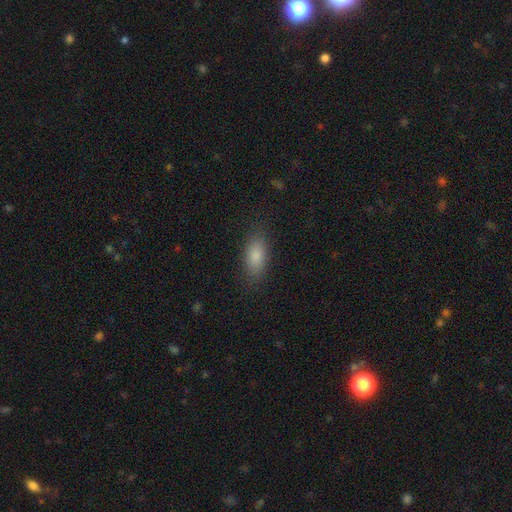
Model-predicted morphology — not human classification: Q: Smooth or featured?
A: smooth (82%); runner-up: star or artifact (9%)
Q: How rounded?
A: in between (81%); runner-up: cigar-shaped (16%)
Q: Merging?
A: none (85%); runner-up: minor disturbance (11%)